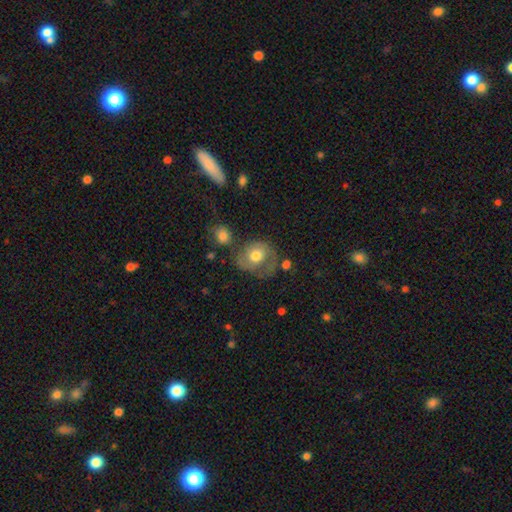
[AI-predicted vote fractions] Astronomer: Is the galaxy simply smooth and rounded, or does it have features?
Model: smooth — 56% (runner-up: featured or disk, 36%).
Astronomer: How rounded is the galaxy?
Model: round — 61% (runner-up: in between, 38%).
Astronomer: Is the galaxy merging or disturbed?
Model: none — 47% (runner-up: minor disturbance, 25%).